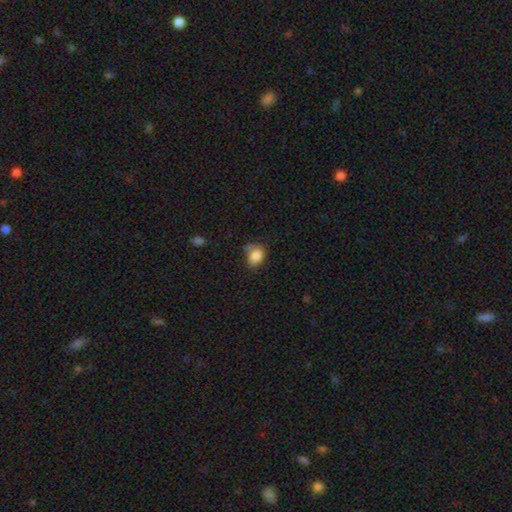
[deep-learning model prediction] Morphology: type=smooth (85%); roundness=in between (67%); merging=none (56%).